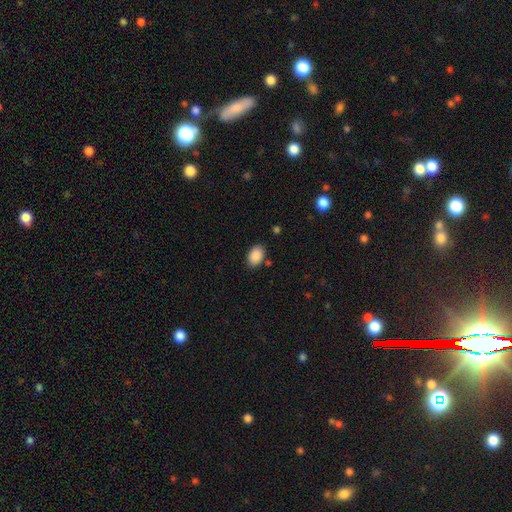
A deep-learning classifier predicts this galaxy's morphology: smooth_or_featured: smooth (p=0.89) [alt: star or artifact p=0.07]
how_rounded: in between (p=0.87) [alt: round p=0.11]
merging: none (p=0.83) [alt: minor disturbance p=0.11]